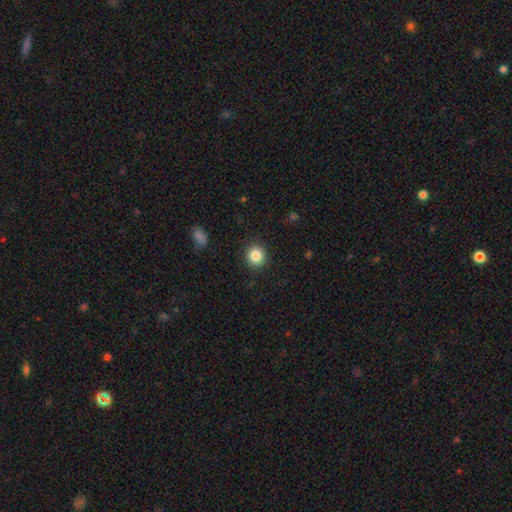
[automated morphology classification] Q: Smooth or featured?
A: smooth (84%); runner-up: star or artifact (10%)
Q: How rounded?
A: round (88%); runner-up: in between (12%)
Q: Merging?
A: none (90%); runner-up: minor disturbance (6%)